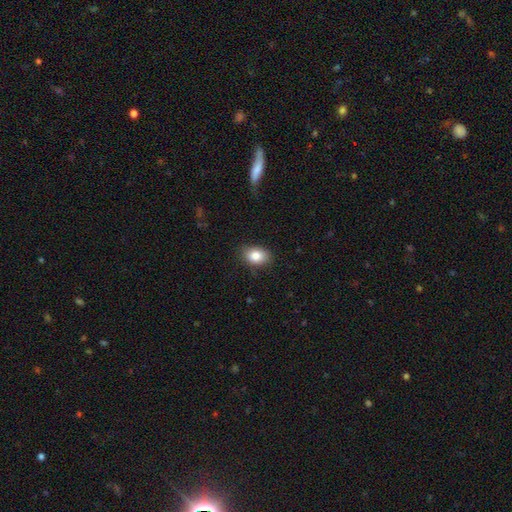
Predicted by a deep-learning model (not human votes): A smooth galaxy with no disk features (84%) that is in between round and cigar-shaped (77%).

Vote fractions:
- Smooth or featured? smooth: 84% / star or artifact: 9% / featured or disk: 8%
- How rounded? in between: 77% / round: 21% / cigar-shaped: 1%
- Merging? none: 84% / minor disturbance: 12% / major disturbance: 3% / merger: 1%